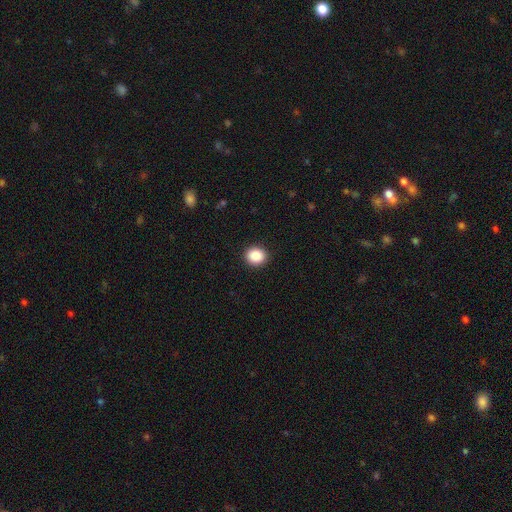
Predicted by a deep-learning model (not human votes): The model was most divided on "how rounded": round: 71%, in between: 28%, cigar-shaped: 1%. More confident: merging — none (91%); smooth or featured — smooth (89%).